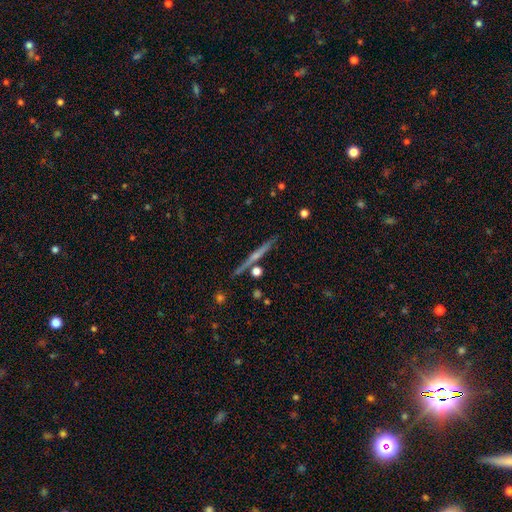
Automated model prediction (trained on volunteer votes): Overall: featured or disk (68%). Edge-on disk: yes (98%). Edge-on bulge: rounded (51%; none 42%). Merging: none (88%).